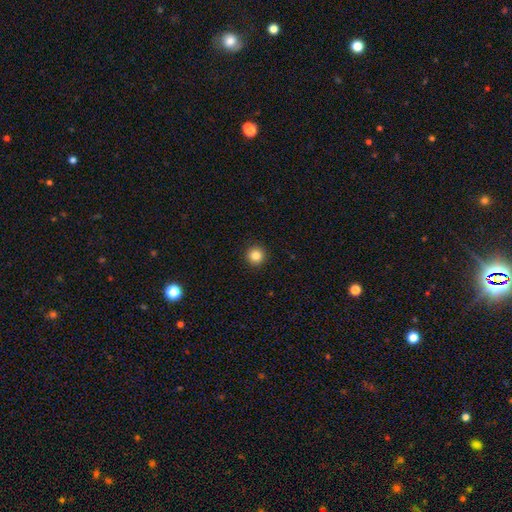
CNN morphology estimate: Smooth or featured? Predicted: smooth (p=0.84). How rounded? Predicted: round (p=0.96). Merging? Predicted: none (p=0.93).